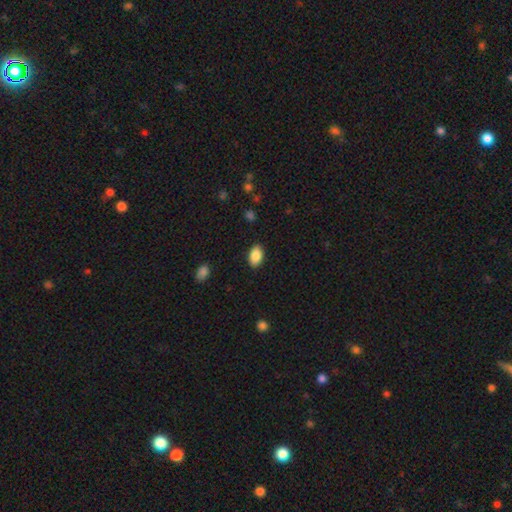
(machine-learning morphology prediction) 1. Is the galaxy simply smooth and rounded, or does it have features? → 88% smooth, 7% star or artifact, 5% featured or disk.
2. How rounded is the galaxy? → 92% in between, 6% round, 1% cigar-shaped.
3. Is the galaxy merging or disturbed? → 88% none, 8% minor disturbance, 2% major disturbance, 1% merger.